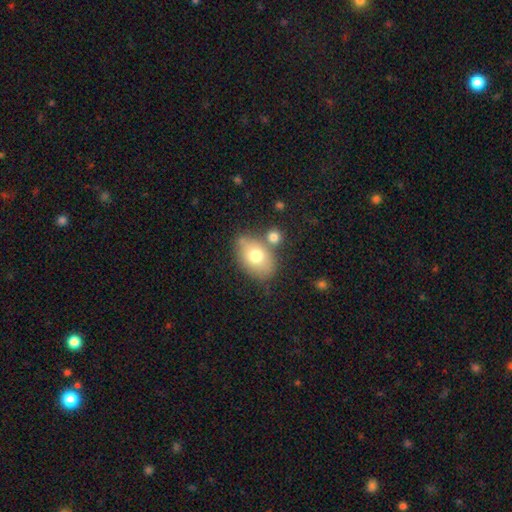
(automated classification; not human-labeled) Morphology: type=smooth (71%); roundness=in between (83%); merging=none (63%).